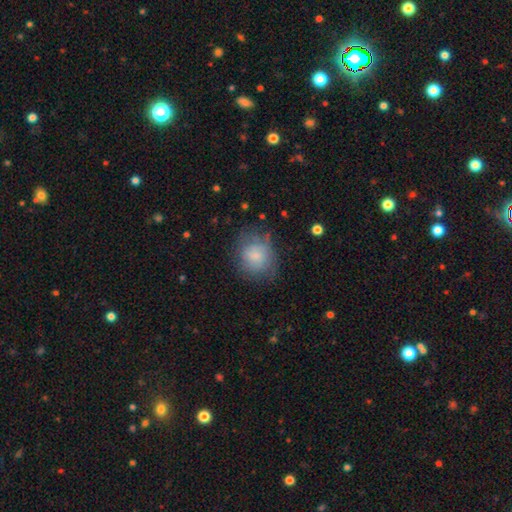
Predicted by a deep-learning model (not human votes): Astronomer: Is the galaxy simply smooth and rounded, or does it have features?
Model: smooth — 73%.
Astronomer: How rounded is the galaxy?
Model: round — 71%.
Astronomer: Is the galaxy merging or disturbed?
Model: none — 61%.